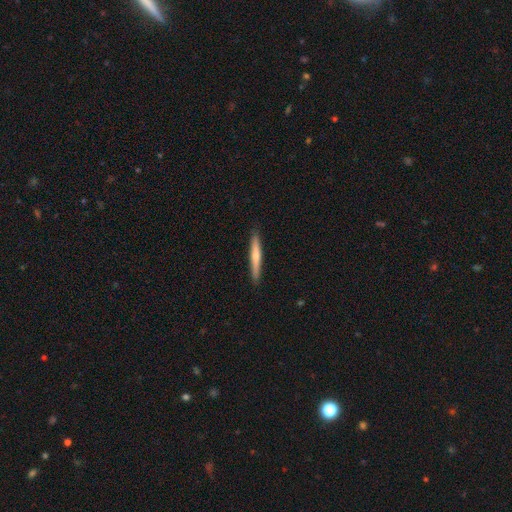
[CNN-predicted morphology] A smooth galaxy with no disk features (55%) that is cigar-shaped (95%).

Vote fractions:
- Smooth or featured? smooth: 55% / featured or disk: 40% / star or artifact: 5%
- How rounded? cigar-shaped: 95% / in between: 4% / round: 1%
- Merging? none: 91% / minor disturbance: 7% / major disturbance: 1% / merger: 1%